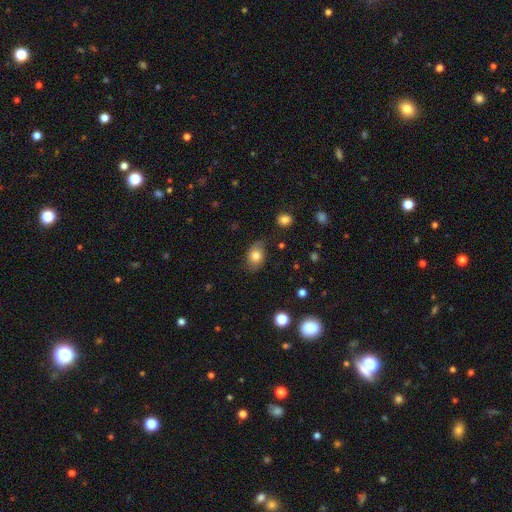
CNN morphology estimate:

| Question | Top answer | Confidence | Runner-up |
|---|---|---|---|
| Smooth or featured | smooth | 74% | featured or disk (16%) |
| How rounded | in between | 74% | round (25%) |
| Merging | none | 71% | minor disturbance (22%) |